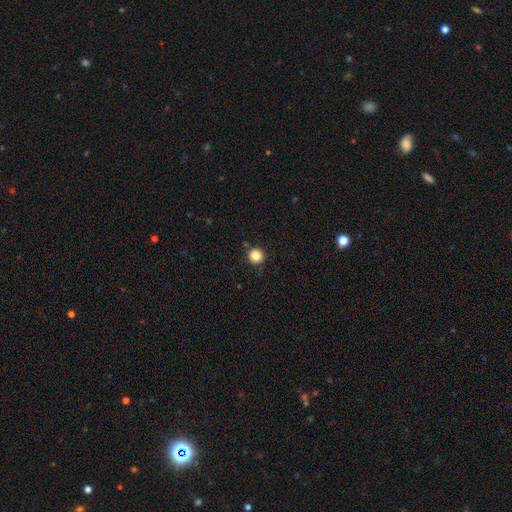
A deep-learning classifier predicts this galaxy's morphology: smooth-or-featured: smooth: 84% | star or artifact: 11% | featured or disk: 4%
  how-rounded: round: 94% | in between: 5% | cigar-shaped: 1%
  merging: none: 87% | minor disturbance: 8% | merger: 3% | major disturbance: 2%